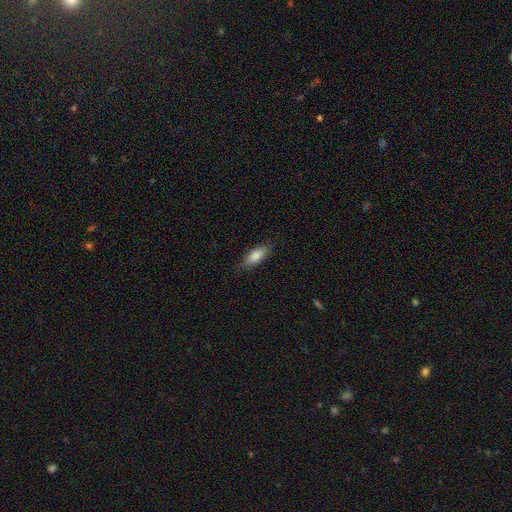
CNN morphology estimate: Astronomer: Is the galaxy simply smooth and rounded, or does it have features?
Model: smooth — 82%.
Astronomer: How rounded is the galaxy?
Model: in between — 73%.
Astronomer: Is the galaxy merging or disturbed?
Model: none — 83%.